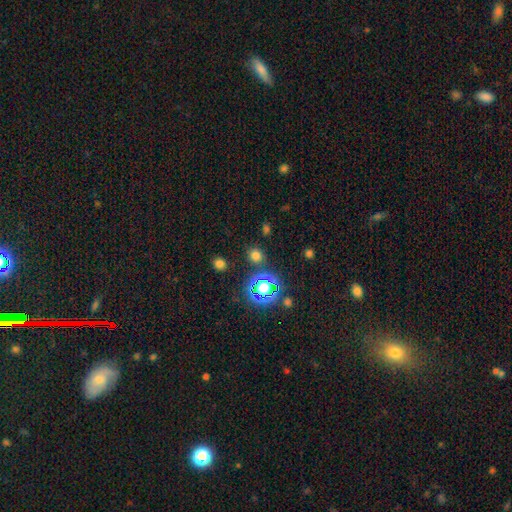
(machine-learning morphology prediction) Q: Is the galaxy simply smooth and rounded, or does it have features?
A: smooth — 66%.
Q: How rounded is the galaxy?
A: round — 85%.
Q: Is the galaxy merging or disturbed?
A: none — 84%.